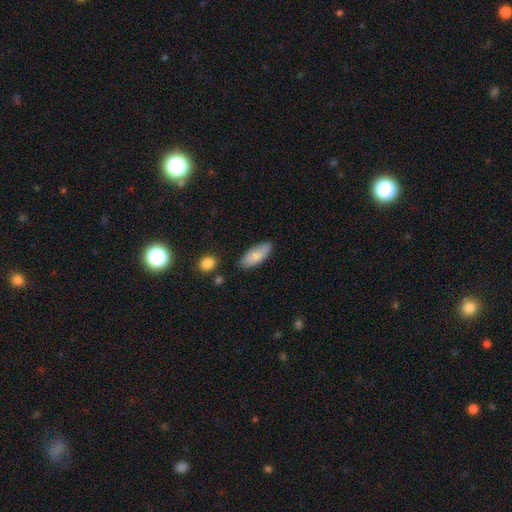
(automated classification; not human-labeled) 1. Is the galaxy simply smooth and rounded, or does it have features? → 83% smooth, 10% featured or disk, 6% star or artifact.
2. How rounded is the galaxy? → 80% in between, 18% cigar-shaped, 2% round.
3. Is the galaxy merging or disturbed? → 77% none, 17% minor disturbance, 3% major disturbance, 3% merger.